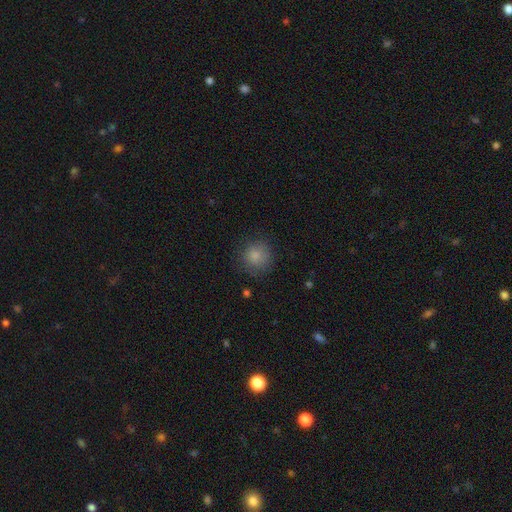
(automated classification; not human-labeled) A smooth galaxy with no disk features (84%) that is round (91%).

Vote fractions:
- Smooth or featured? smooth: 84% / star or artifact: 10% / featured or disk: 6%
- How rounded? round: 91% / in between: 8% / cigar-shaped: 1%
- Merging? none: 81% / minor disturbance: 13% / major disturbance: 4% / merger: 1%